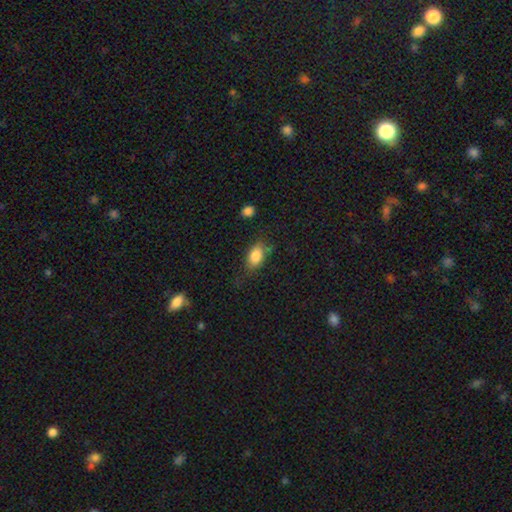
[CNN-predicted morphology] This is clearly a smooth galaxy (83%). How rounded: clearly in between (85%). Merging: likely none (63%).